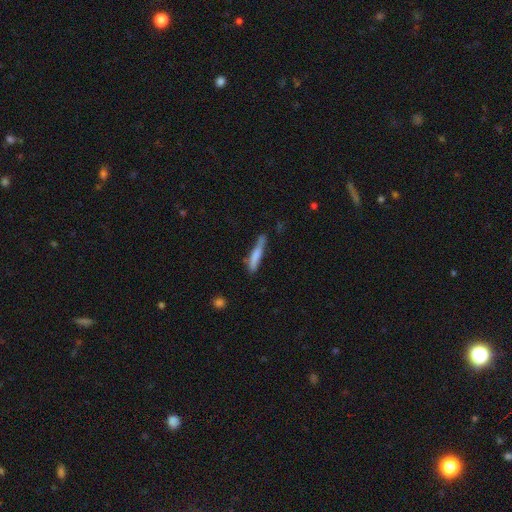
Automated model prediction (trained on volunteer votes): Overall: smooth (73%). How rounded: cigar-shaped (91%). Merging: none (63%; minor disturbance 26%).